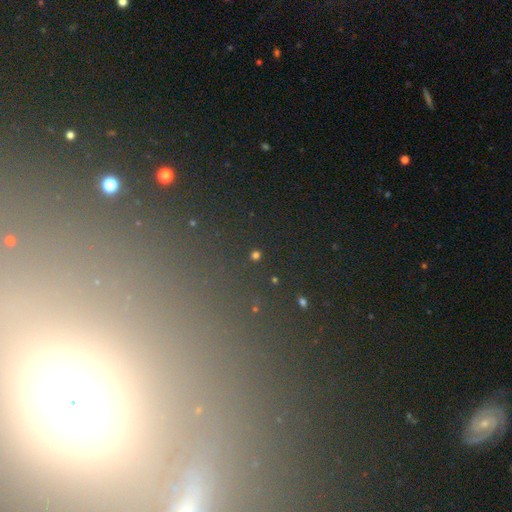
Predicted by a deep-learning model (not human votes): Smooth or featured? star or artifact (55%)